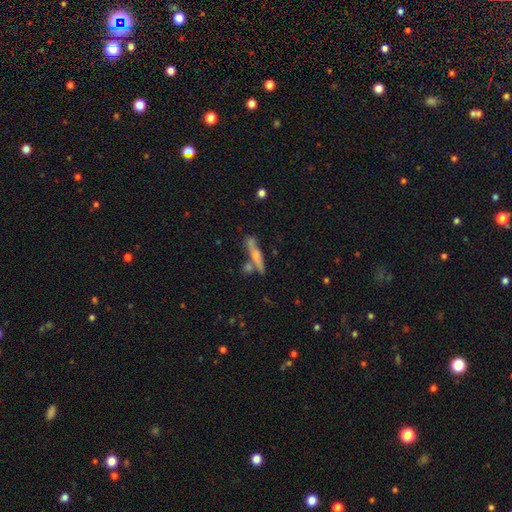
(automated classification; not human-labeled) Smooth or featured? Predicted: smooth (p=0.47). Merging? Predicted: none (p=0.57).